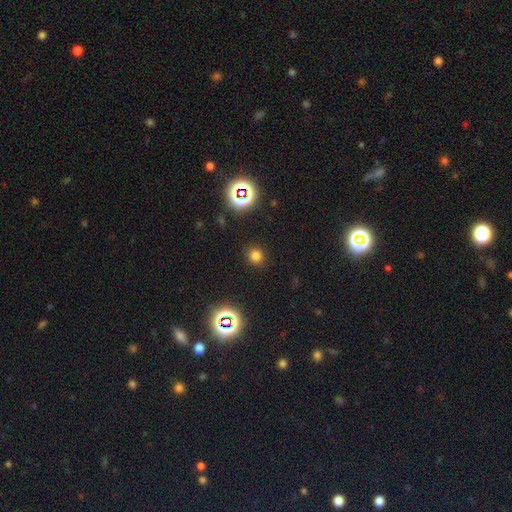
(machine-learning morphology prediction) Q: Smooth or featured?
A: smooth (72%); runner-up: star or artifact (22%)
Q: How rounded?
A: round (87%); runner-up: in between (12%)
Q: Merging?
A: none (88%); runner-up: minor disturbance (7%)